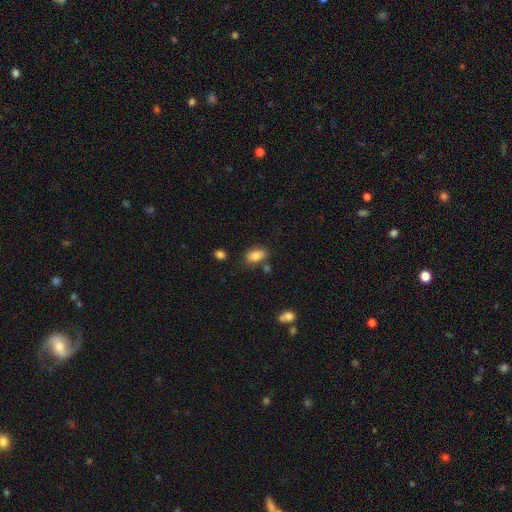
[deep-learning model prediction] smooth-or-featured: smooth: 82% | featured or disk: 10% | star or artifact: 8%
  how-rounded: in between: 90% | round: 7% | cigar-shaped: 3%
  merging: none: 73% | minor disturbance: 16% | merger: 7% | major disturbance: 4%